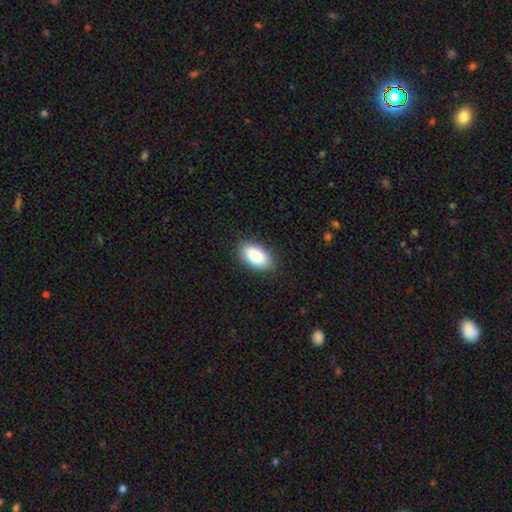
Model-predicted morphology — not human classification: smooth_or_featured: smooth (p=0.85) [alt: featured or disk p=0.08]
how_rounded: in between (p=0.93) [alt: round p=0.04]
merging: none (p=0.87) [alt: minor disturbance p=0.09]